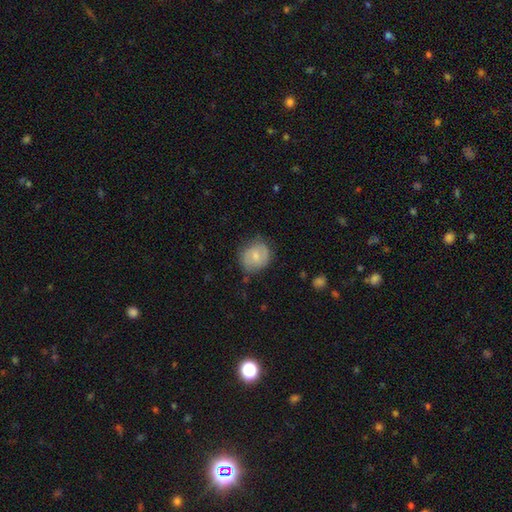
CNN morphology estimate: Q: Smooth or featured?
A: smooth (63%); runner-up: featured or disk (31%)
Q: How rounded?
A: round (71%); runner-up: in between (29%)
Q: Merging?
A: none (70%); runner-up: minor disturbance (22%)